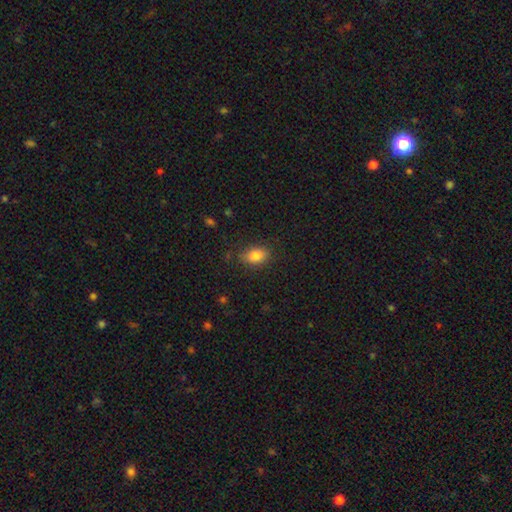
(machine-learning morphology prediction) smooth 83%, star or artifact 9%, featured or disk 8%. Down the decision tree: how rounded — in between (82%); merging — none (80%).